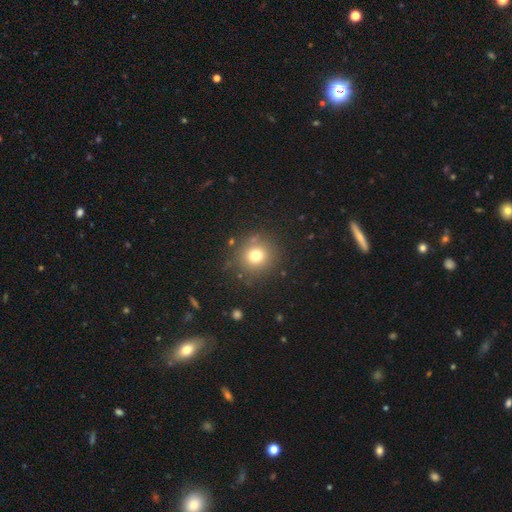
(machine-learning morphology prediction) smooth-or-featured: smooth: 74% | star or artifact: 15% | featured or disk: 10%
  how-rounded: round: 91% | in between: 8% | cigar-shaped: 1%
  merging: none: 86% | minor disturbance: 8% | major disturbance: 4% | merger: 3%